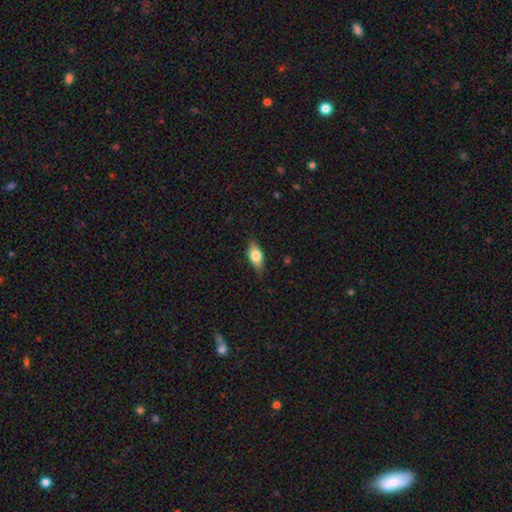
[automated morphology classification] smooth-or-featured: smooth: 69% | featured or disk: 23% | star or artifact: 8%
  how-rounded: in between: 83% | cigar-shaped: 10% | round: 7%
  merging: none: 75% | minor disturbance: 20% | major disturbance: 4% | merger: 1%